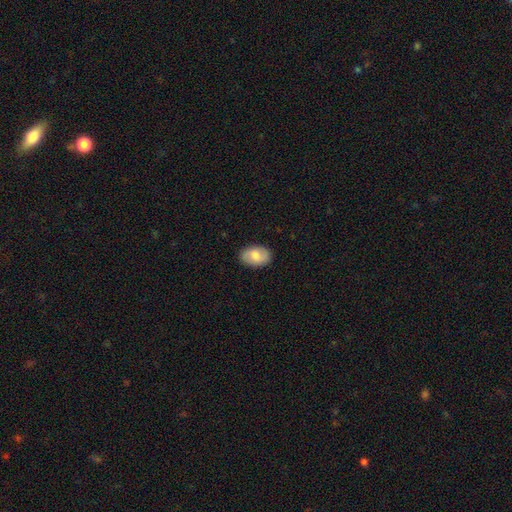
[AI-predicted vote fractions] This appears to be a smooth galaxy with no disk features (71%) that is in between round and cigar-shaped (89%). Merging: none (87%).